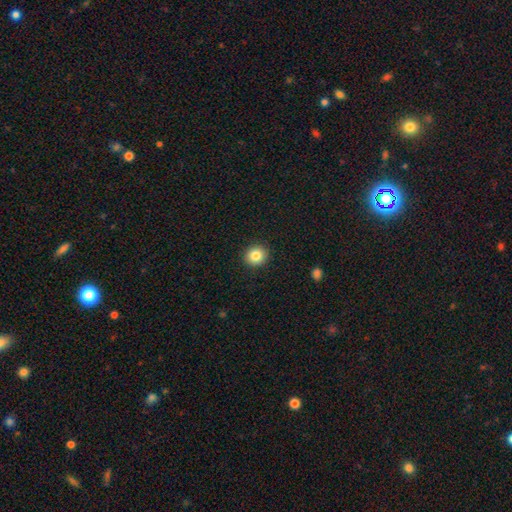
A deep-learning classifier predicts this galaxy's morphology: Smooth or featured? Predicted: smooth (p=0.84). How rounded? Predicted: round (p=0.87). Merging? Predicted: none (p=0.92).